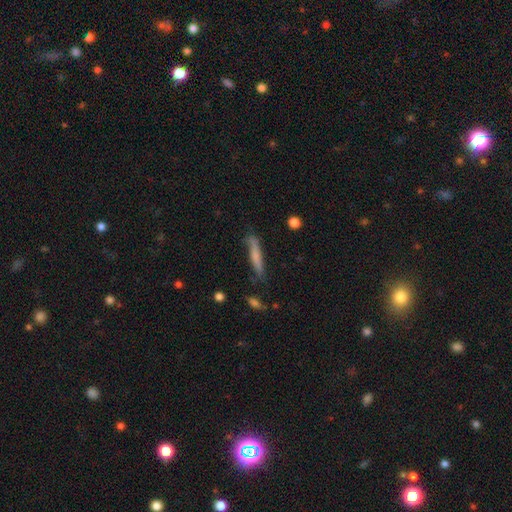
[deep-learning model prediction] Overall: smooth (62%; featured or disk 31%). How rounded: cigar-shaped (92%). Merging: none (71%).